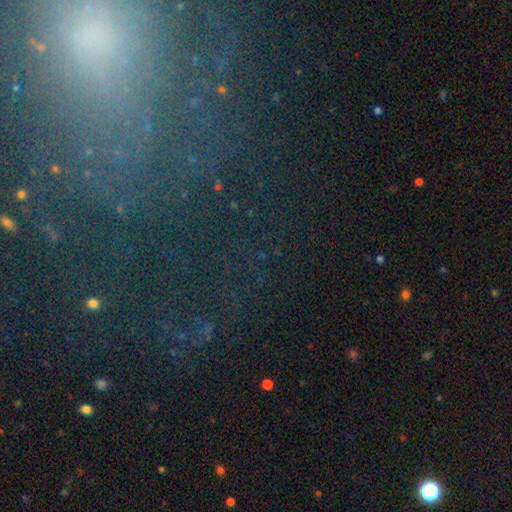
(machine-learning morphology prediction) Smooth or featured? Predicted: star or artifact (p=0.58).